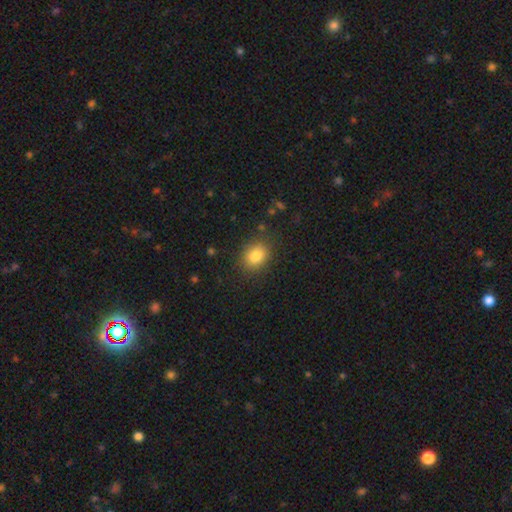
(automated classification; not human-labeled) A smooth galaxy with no disk features (84%) that is in between round and cigar-shaped (57%).

Vote fractions:
- Smooth or featured? smooth: 84% / star or artifact: 10% / featured or disk: 6%
- How rounded? in between: 57% / round: 42% / cigar-shaped: 1%
- Merging? none: 84% / minor disturbance: 11% / major disturbance: 4% / merger: 1%